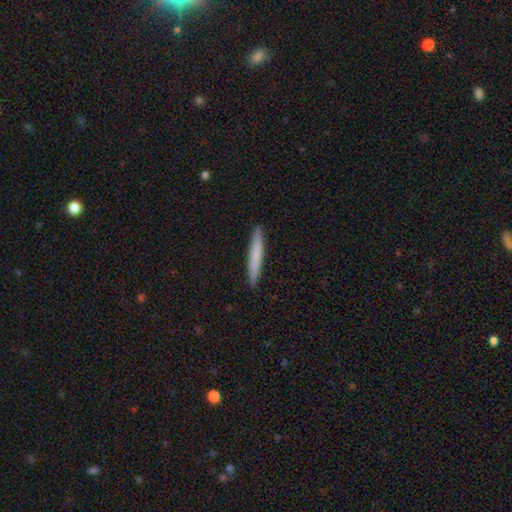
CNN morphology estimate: This appears to be a smooth galaxy with no disk features (74%) that is cigar-shaped (96%). Merging: none (92%).